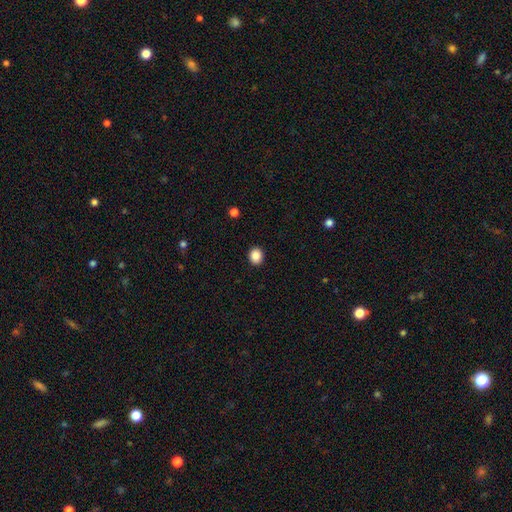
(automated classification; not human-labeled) Q: Smooth or featured?
A: smooth (88%); runner-up: star or artifact (9%)
Q: How rounded?
A: round (68%); runner-up: in between (31%)
Q: Merging?
A: none (92%); runner-up: minor disturbance (6%)